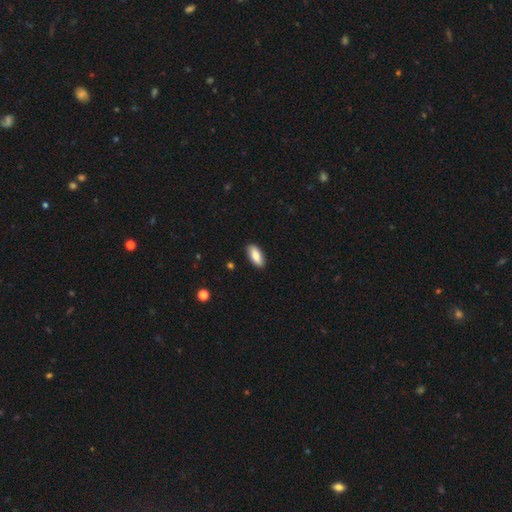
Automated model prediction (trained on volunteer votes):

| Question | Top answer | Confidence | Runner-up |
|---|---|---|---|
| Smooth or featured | smooth | 83% | featured or disk (11%) |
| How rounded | in between | 86% | cigar-shaped (12%) |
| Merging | none | 89% | minor disturbance (8%) |